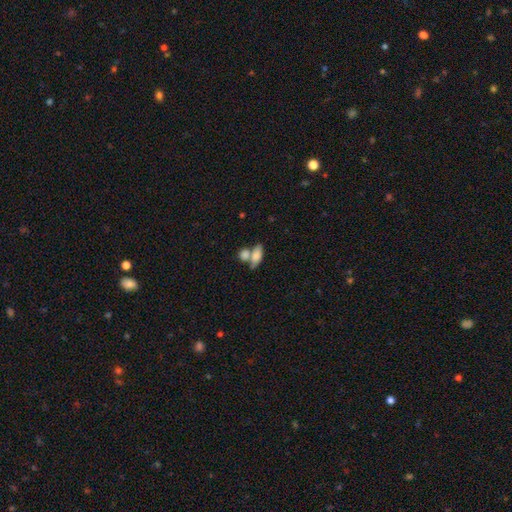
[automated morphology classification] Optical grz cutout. It shows a smooth galaxy with no disk features (76%) that is in between round and cigar-shaped (79%). Merging: merger (53%).